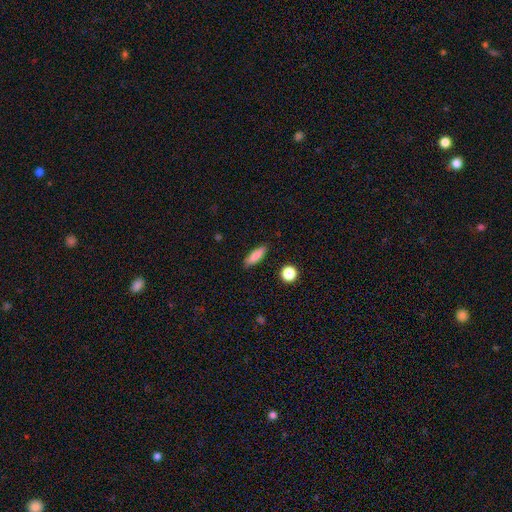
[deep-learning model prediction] This appears to be a smooth galaxy with no disk features (82%) that is cigar-shaped (60%). Merging: none (87%).